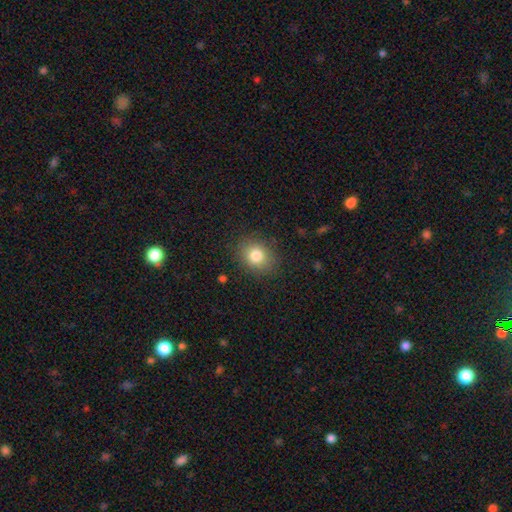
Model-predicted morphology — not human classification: Smooth or featured? Predicted: smooth (p=0.81). How rounded? Predicted: round (p=0.61). Merging? Predicted: none (p=0.87).